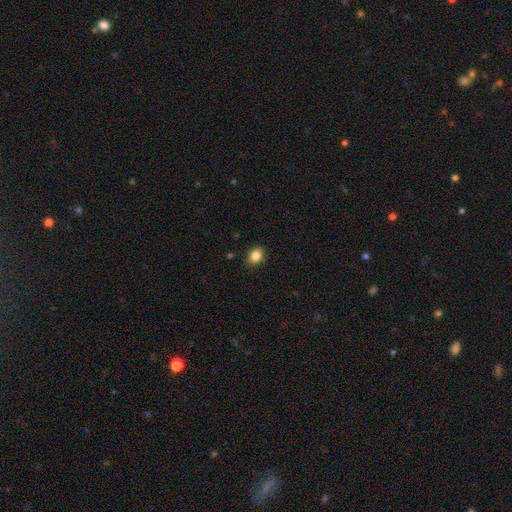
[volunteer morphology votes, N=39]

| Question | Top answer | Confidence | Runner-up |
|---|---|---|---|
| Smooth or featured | smooth | 90% | featured or disk (8%) |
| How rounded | in between | 69% | round (31%) |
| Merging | none | 89% | minor disturbance (8%) |